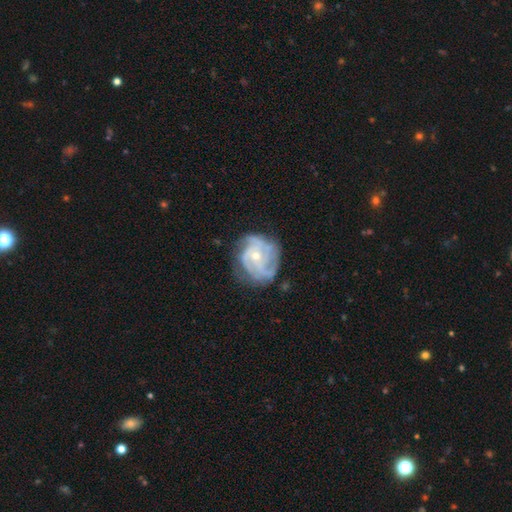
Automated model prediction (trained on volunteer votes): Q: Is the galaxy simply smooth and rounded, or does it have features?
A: featured or disk — 87%.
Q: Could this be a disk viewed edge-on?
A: no — 98%.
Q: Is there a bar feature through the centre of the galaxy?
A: no — 71%.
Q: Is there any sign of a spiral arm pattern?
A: yes — 96%.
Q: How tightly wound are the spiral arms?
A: tight — 54%.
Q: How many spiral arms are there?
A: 3 — 36%.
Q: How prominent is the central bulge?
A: small — 61%.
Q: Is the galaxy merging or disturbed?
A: none — 69%.